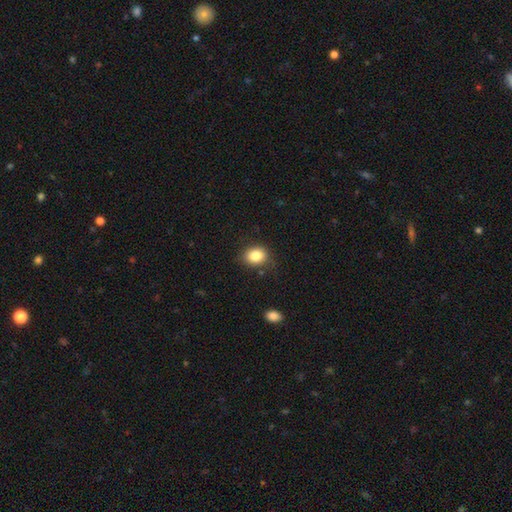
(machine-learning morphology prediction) Q: Smooth or featured?
A: smooth (83%); runner-up: star or artifact (10%)
Q: How rounded?
A: round (52%); runner-up: in between (47%)
Q: Merging?
A: none (80%); runner-up: minor disturbance (14%)